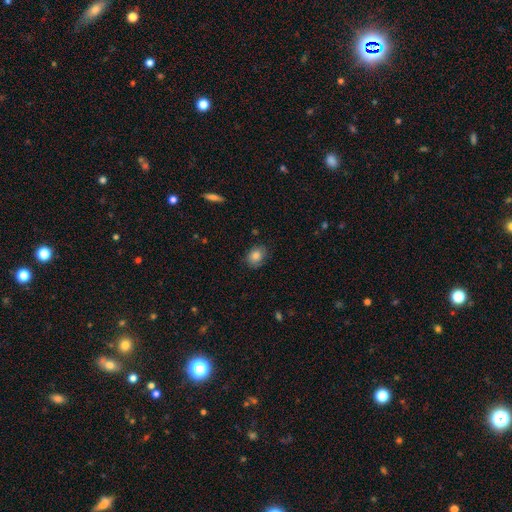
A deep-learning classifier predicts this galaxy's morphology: smooth-or-featured: smooth: 81% | featured or disk: 9% | star or artifact: 9%
  how-rounded: in between: 51% | round: 48% | cigar-shaped: 1%
  merging: none: 79% | minor disturbance: 16% | major disturbance: 3% | merger: 1%